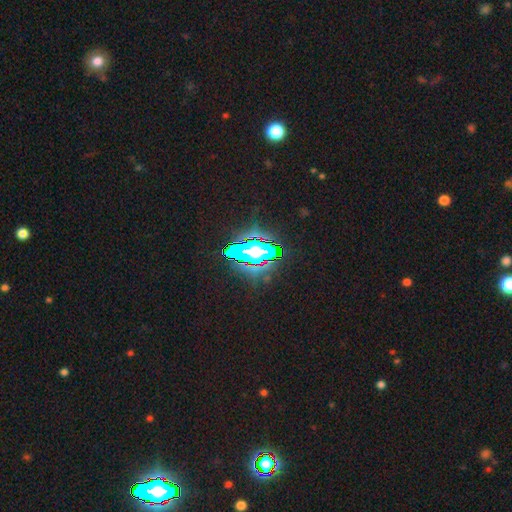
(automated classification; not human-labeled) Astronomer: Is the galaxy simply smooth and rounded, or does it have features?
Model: star or artifact — 83%.